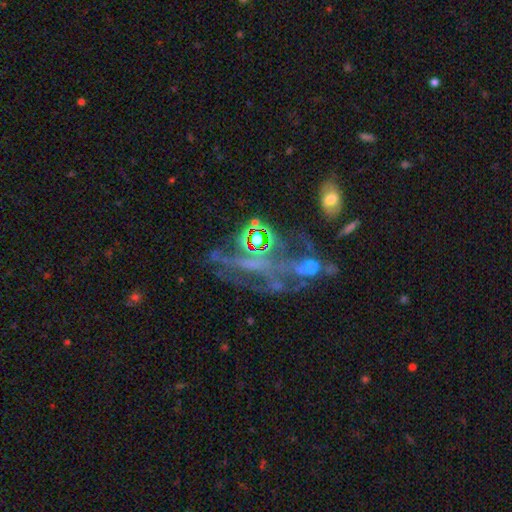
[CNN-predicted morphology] This appears to be a featured or disk galaxy (55%). Merging: none (36%).